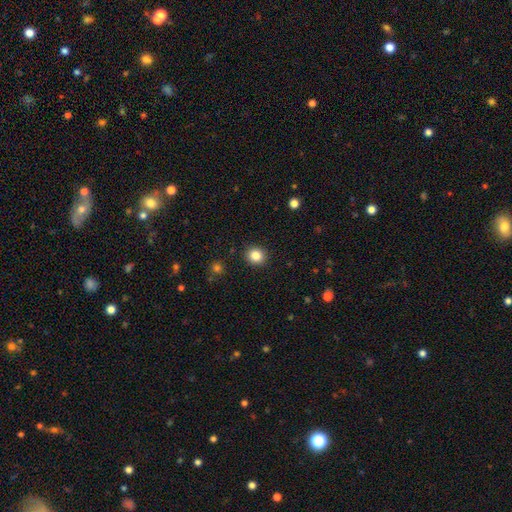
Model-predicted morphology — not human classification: The model was most divided on "smooth or featured": smooth: 84%, star or artifact: 11%, featured or disk: 5%. More confident: merging — none (92%); how rounded — round (87%).